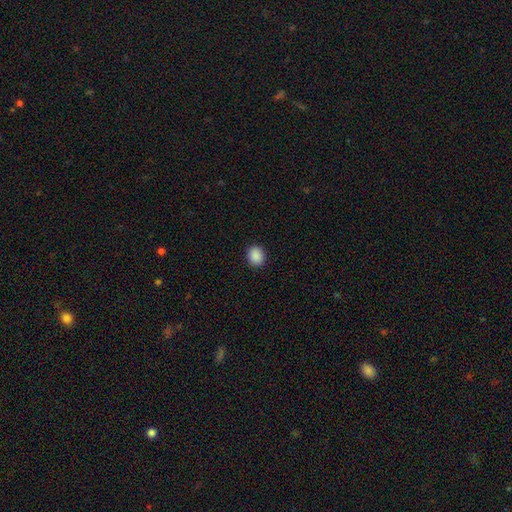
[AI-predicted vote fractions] smooth_or_featured: smooth (p=0.89) [alt: star or artifact p=0.09]
how_rounded: round (p=0.69) [alt: in between p=0.30]
merging: none (p=0.91) [alt: minor disturbance p=0.06]